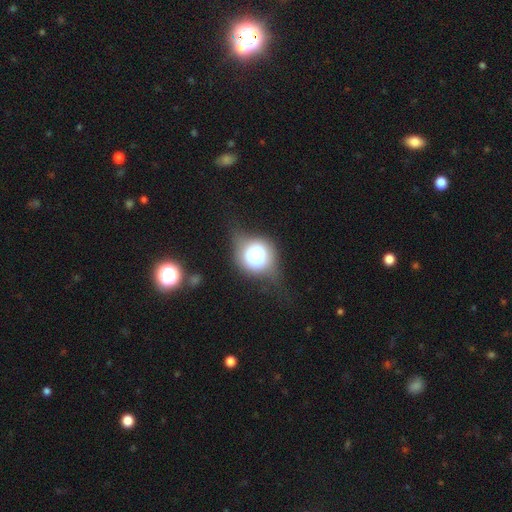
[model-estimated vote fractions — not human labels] smooth-or-featured: smooth: 56% | featured or disk: 33% | star or artifact: 10%
  how-rounded: round: 76% | in between: 22% | cigar-shaped: 2%
  merging: none: 47% | minor disturbance: 28% | major disturbance: 20% | merger: 6%